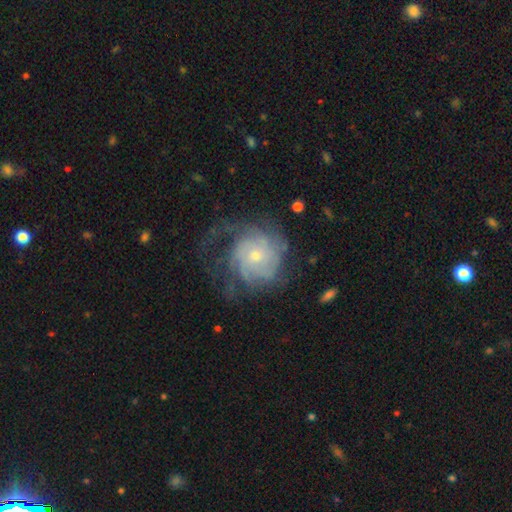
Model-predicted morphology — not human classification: smooth-or-featured: featured or disk: 76% | smooth: 17% | star or artifact: 7%
  disk-edge-on: no: 97% | yes: 3%
    bar: no: 78% | weak: 19% | strong: 3%
    has-spiral-arms: yes: 89% | no: 11%
      spiral-winding: tight: 55% | medium: 30% | loose: 15%
      spiral-arm-count: can't tell: 45% | 3: 14% | 2: 14% | 4: 13% | more than 4: 7% | 1: 7%
    bulge-size: small: 61% | moderate: 34% | large: 2% | none: 1% | dominant: 1%
  merging: none: 52% | major disturbance: 26% | minor disturbance: 19% | merger: 2%